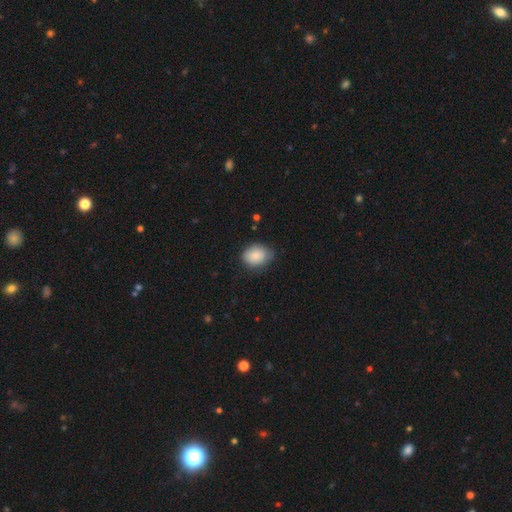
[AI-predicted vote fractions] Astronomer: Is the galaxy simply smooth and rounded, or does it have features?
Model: smooth — 86%.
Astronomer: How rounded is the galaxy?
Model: in between — 60% (runner-up: round, 40%).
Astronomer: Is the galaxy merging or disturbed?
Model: none — 70%.